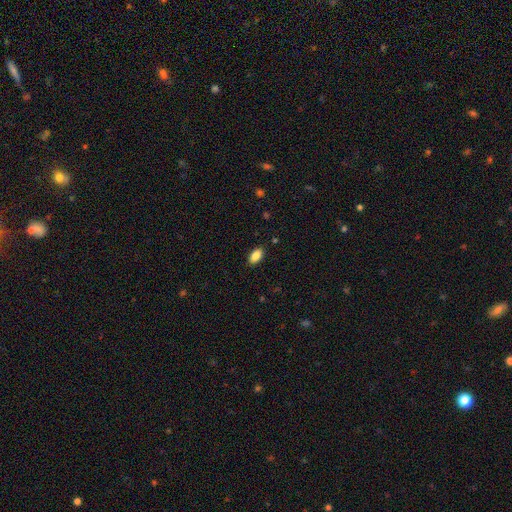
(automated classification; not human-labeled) A smooth galaxy with no disk features (87%) that is in between round and cigar-shaped (92%).

Vote fractions:
- Smooth or featured? smooth: 87% / star or artifact: 8% / featured or disk: 5%
- How rounded? in between: 92% / round: 5% / cigar-shaped: 3%
- Merging? none: 88% / minor disturbance: 9% / major disturbance: 2% / merger: 1%